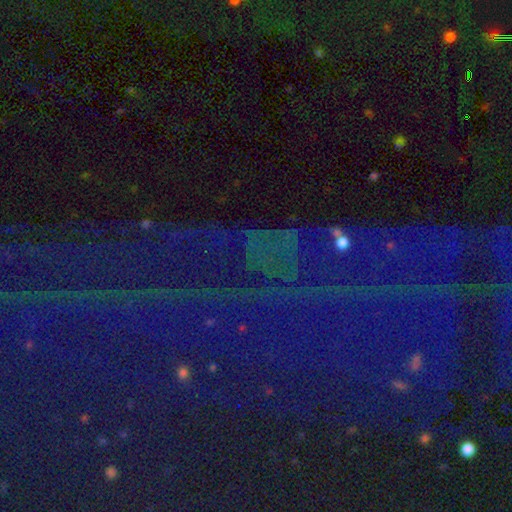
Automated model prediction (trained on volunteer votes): smooth-or-featured: star or artifact: 81% | smooth: 10% | featured or disk: 9%